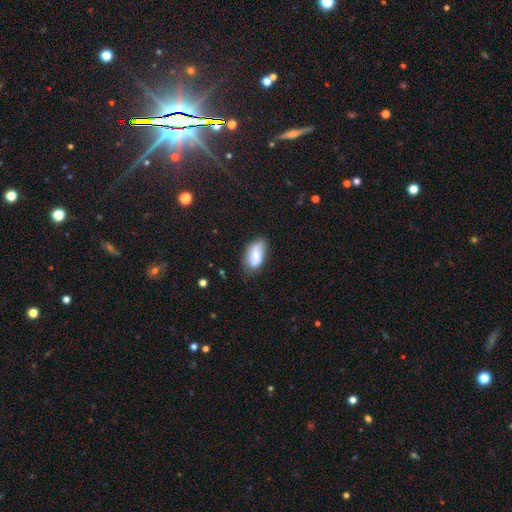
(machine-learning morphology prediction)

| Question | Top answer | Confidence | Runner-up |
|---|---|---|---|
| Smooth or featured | smooth | 61% | featured or disk (31%) |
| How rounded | in between | 92% | cigar-shaped (4%) |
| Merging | none | 65% | minor disturbance (26%) |